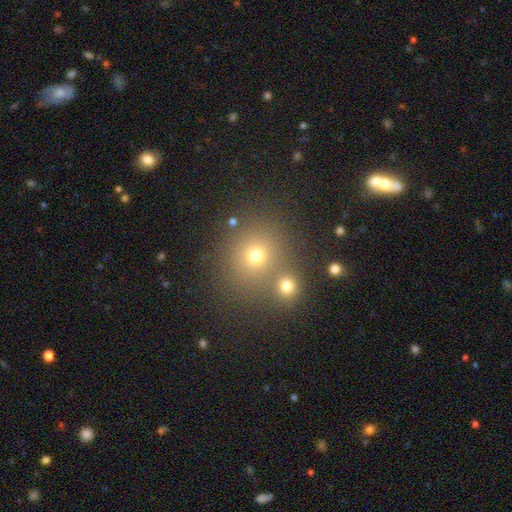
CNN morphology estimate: type=smooth (69%); roundness=round (85%); merging=none (66%).